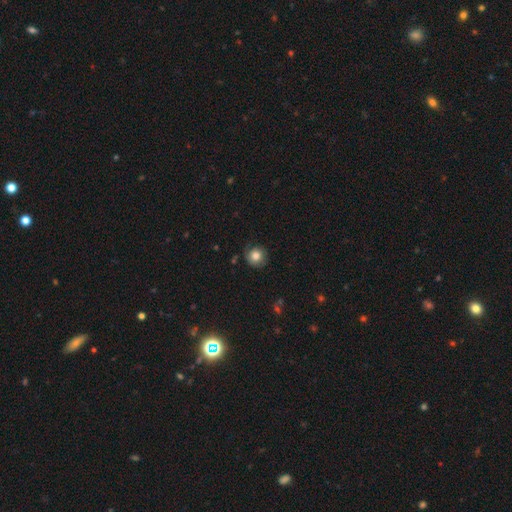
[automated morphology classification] This is likely a smooth galaxy (78%). How rounded: clearly round (93%). Merging: likely none (79%).